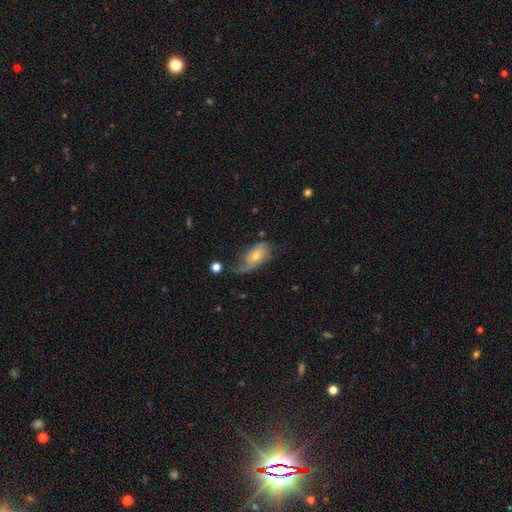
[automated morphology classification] The model was most divided on "bulge size": small: 50%, moderate: 44%, large: 3%, none: 2%, dominant: 1%. Remaining: edge-on disk — no (92%); spiral arms — yes (83%); bar — no (72%); smooth or featured — featured or disk (61%); merging — none (39%).